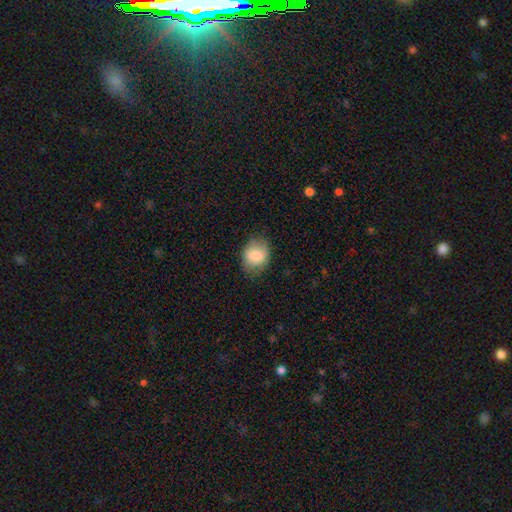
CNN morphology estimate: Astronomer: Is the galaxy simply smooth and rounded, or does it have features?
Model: smooth — 82%.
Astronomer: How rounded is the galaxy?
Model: in between — 58% (runner-up: round, 41%).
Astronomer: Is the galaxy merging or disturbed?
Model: none — 76%.